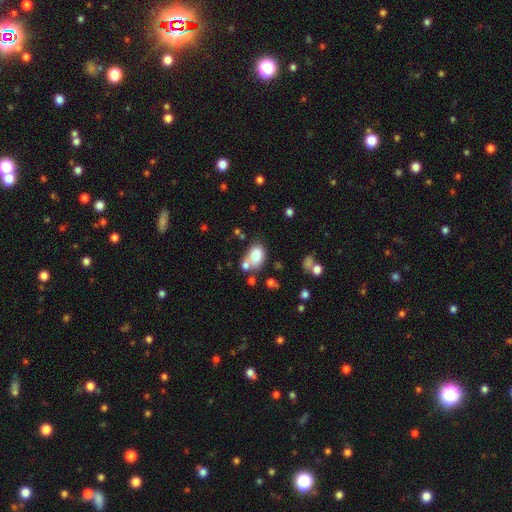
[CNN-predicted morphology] Smooth or featured?
  - smooth: 77% *
  - featured or disk: 14%
  - star or artifact: 9%
How rounded?
  - in between: 77% *
  - round: 22%
  - cigar-shaped: 1%
Merging?
  - none: 49% *
  - merger: 28%
  - minor disturbance: 17%
  - major disturbance: 7%